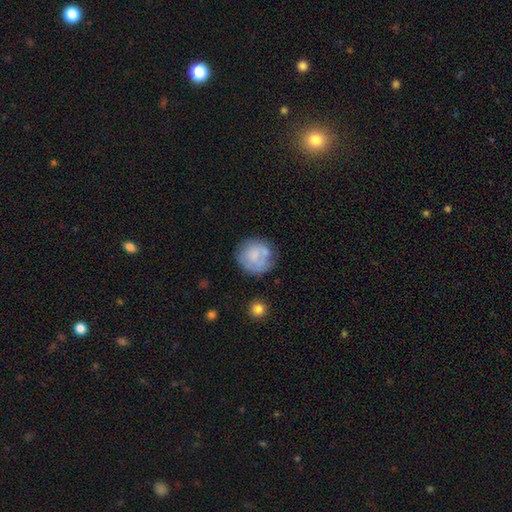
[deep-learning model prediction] The model was most divided on "smooth or featured": smooth: 63%, featured or disk: 30%, star or artifact: 8%. More confident: how rounded — round (88%); merging — none (59%).